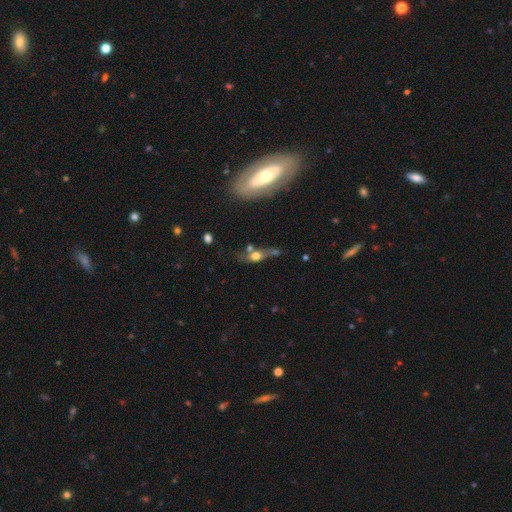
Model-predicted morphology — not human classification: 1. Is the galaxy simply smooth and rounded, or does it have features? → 45% smooth, 43% featured or disk, 12% star or artifact.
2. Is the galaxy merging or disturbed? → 46% none, 24% merger, 18% minor disturbance, 12% major disturbance.